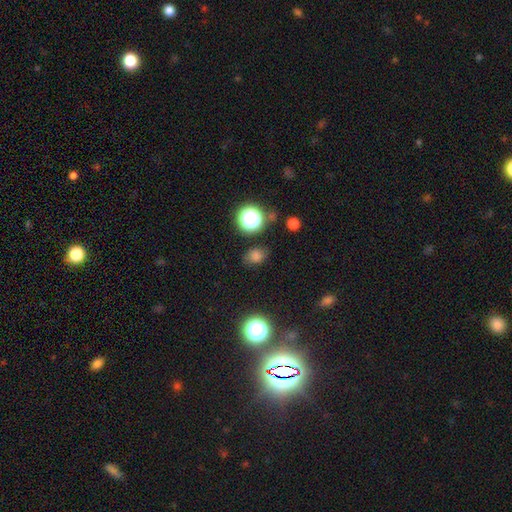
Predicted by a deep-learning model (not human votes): smooth 69%, star or artifact 24%, featured or disk 7%. Down the decision tree: how rounded — in between (51%); merging — none (77%).